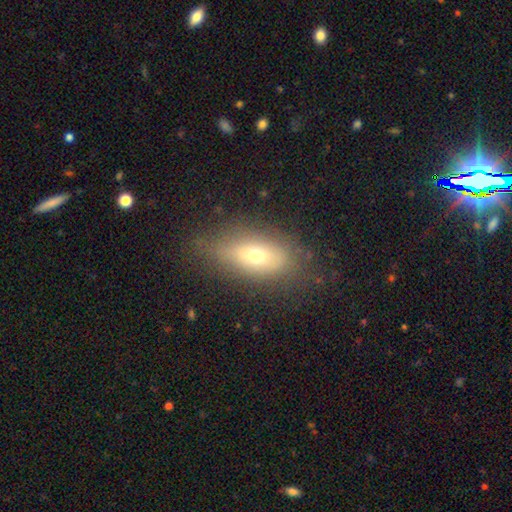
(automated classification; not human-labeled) This appears to be a smooth galaxy with no disk features (59%) that is in between round and cigar-shaped (74%). Merging: none (75%).